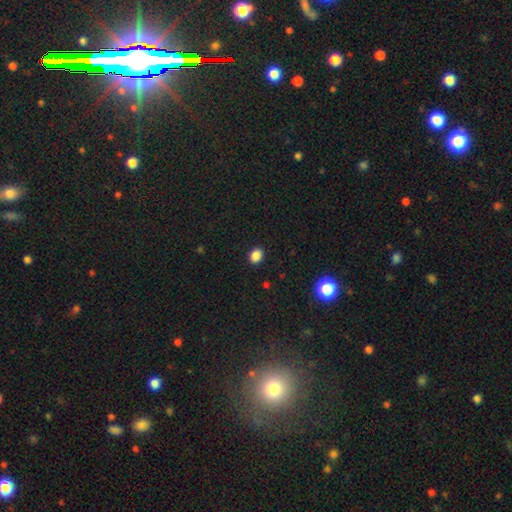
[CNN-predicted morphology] This appears to be a smooth galaxy with no disk features (87%) that is round (50%). Merging: none (90%).